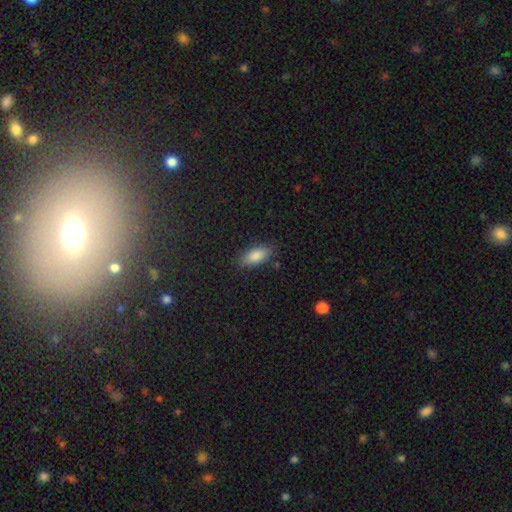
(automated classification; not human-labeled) A smooth galaxy with no disk features (84%) that is in between round and cigar-shaped (85%).

Vote fractions:
- Smooth or featured? smooth: 84% / featured or disk: 8% / star or artifact: 8%
- How rounded? in between: 85% / cigar-shaped: 13% / round: 2%
- Merging? none: 83% / minor disturbance: 13% / major disturbance: 3% / merger: 2%